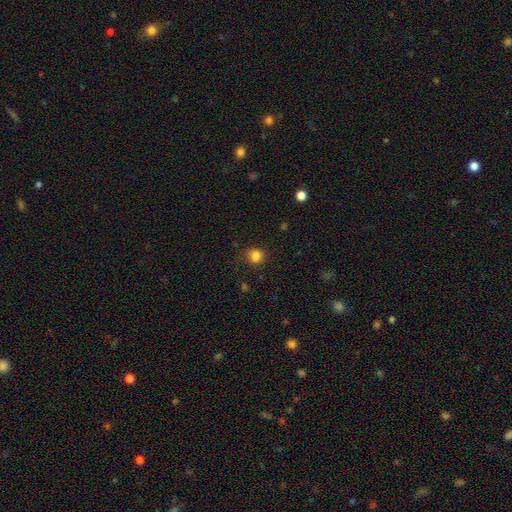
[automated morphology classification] Q: Smooth or featured?
A: smooth (83%); runner-up: star or artifact (12%)
Q: How rounded?
A: round (72%); runner-up: in between (27%)
Q: Merging?
A: none (73%); runner-up: minor disturbance (18%)